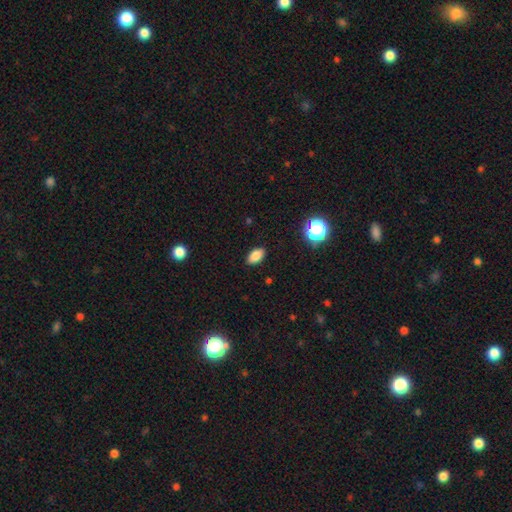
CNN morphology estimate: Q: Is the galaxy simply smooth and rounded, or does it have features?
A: smooth — 84%.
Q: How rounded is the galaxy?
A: in between — 90%.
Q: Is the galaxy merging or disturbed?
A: none — 88%.